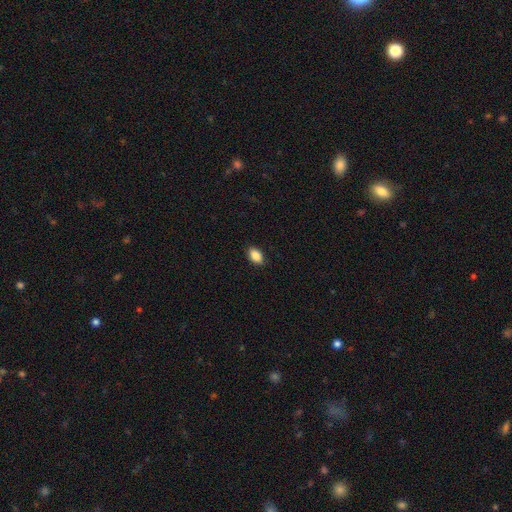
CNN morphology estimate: A smooth galaxy with no disk features (87%) that is in between round and cigar-shaped (89%).

Vote fractions:
- Smooth or featured? smooth: 87% / star or artifact: 8% / featured or disk: 5%
- How rounded? in between: 89% / round: 9% / cigar-shaped: 2%
- Merging? none: 88% / minor disturbance: 10% / major disturbance: 2% / merger: 1%